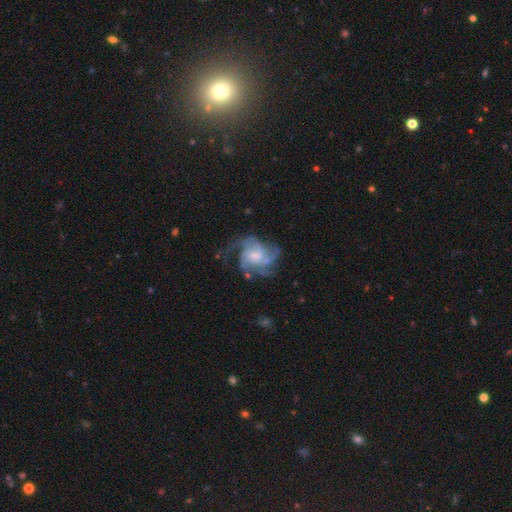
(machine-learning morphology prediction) Smooth or featured?
  - featured or disk: 84% *
  - smooth: 10%
  - star or artifact: 6%
Edge-on disk?
  - no: 98% *
  - yes: 2%
Bar?
  - no: 54% *
  - weak: 40%
  - strong: 7%
Spiral arms?
  - yes: 94% *
  - no: 6%
Spiral winding?
  - medium: 47% *
  - tight: 33%
  - loose: 20%
Spiral arm count?
  - 3: 31% *
  - can't tell: 23%
  - 2: 16%
  - 4: 15%
  - 1: 7%
  - more than 4: 7%
Bulge size?
  - moderate: 42% *
  - small: 35%
  - none: 12%
  - large: 10%
  - dominant: 1%
Merging?
  - none: 53% *
  - major disturbance: 25%
  - minor disturbance: 20%
  - merger: 3%